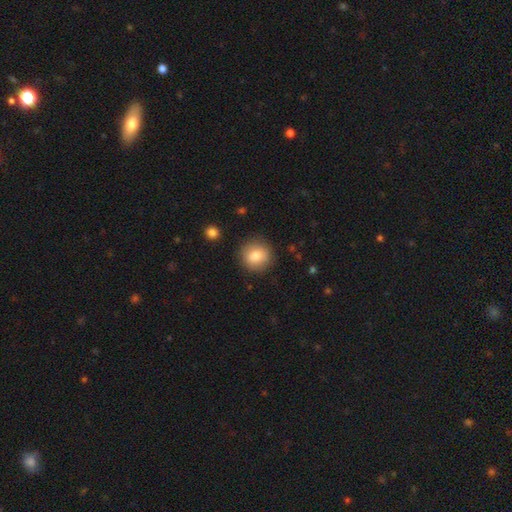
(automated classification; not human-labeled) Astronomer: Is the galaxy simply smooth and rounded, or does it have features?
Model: smooth — 81%.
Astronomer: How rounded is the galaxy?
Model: round — 91%.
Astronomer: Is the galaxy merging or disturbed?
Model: none — 88%.